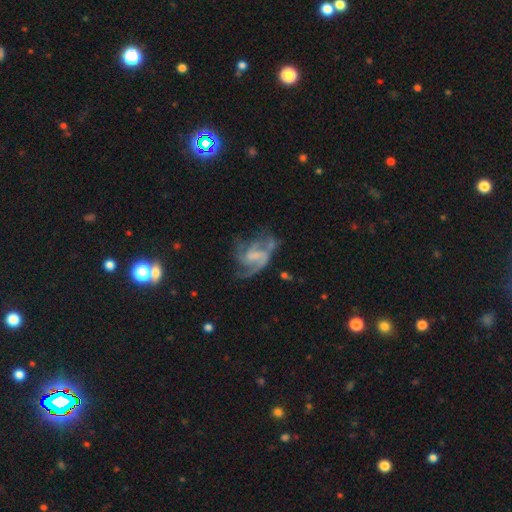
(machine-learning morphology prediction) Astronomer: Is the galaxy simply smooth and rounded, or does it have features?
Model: featured or disk — 79%.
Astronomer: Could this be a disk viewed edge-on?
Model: no — 98%.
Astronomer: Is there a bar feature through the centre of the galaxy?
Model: weak — 46% (runner-up: no, 38%).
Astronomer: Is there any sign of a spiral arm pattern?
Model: yes — 88%.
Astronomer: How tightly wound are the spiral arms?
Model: medium — 46% (runner-up: loose, 33%).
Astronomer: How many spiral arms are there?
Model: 2 — 37% (runner-up: 3, 24%).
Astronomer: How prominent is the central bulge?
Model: none — 47% (runner-up: small, 28%).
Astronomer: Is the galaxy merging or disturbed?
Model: none — 38% (runner-up: major disturbance, 36%).